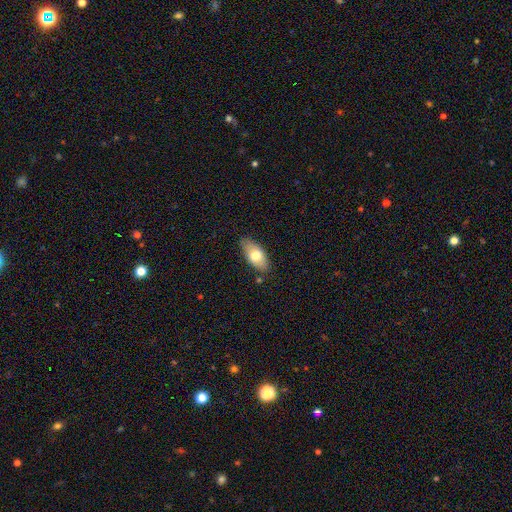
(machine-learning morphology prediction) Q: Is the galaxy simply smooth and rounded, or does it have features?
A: smooth — 70%.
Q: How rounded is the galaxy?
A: in between — 90%.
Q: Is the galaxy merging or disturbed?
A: none — 81%.